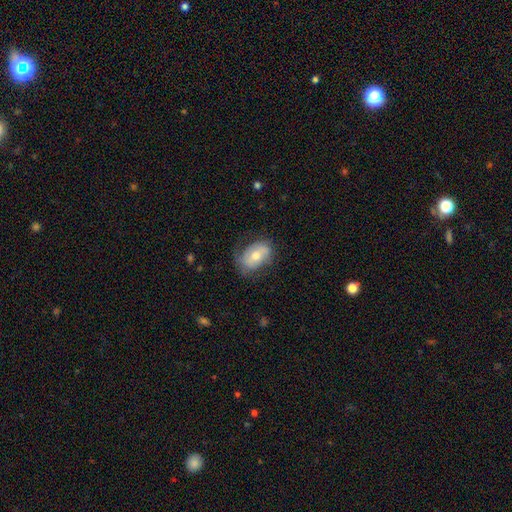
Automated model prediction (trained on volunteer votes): smooth_or_featured: smooth (p=0.52) [alt: featured or disk p=0.40]
how_rounded: in between (p=0.86) [alt: round p=0.13]
merging: none (p=0.68) [alt: minor disturbance p=0.23]